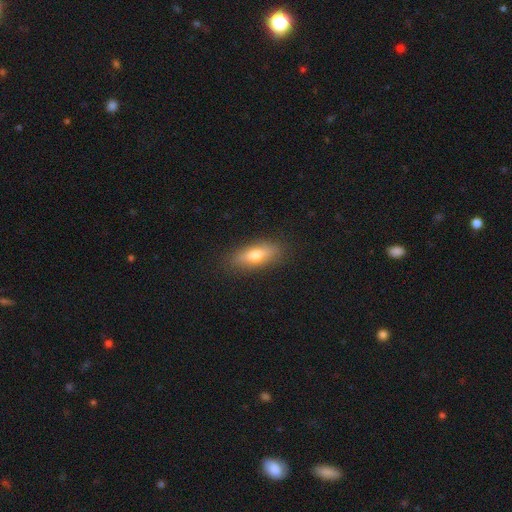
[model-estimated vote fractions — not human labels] smooth-or-featured: smooth: 63% | featured or disk: 30% | star or artifact: 7%
  how-rounded: in between: 59% | cigar-shaped: 37% | round: 4%
  merging: none: 87% | minor disturbance: 10% | major disturbance: 2% | merger: 1%